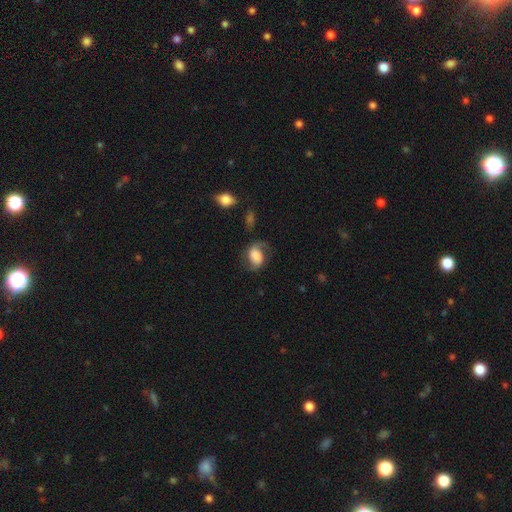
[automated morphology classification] The model was most divided on "smooth or featured": smooth: 46%, featured or disk: 45%, star or artifact: 9%. More confident: merging — none (54%).